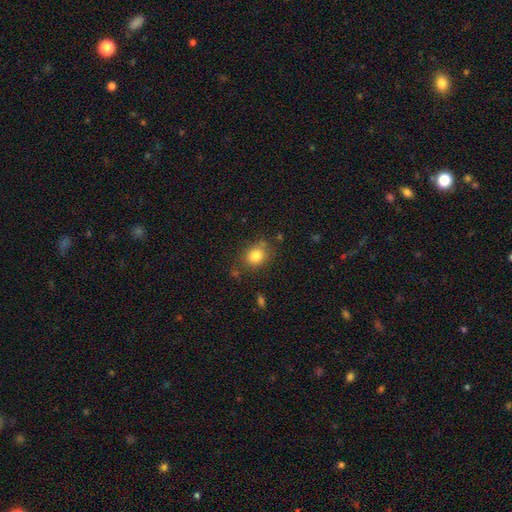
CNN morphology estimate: smooth-or-featured: smooth: 82% | star or artifact: 10% | featured or disk: 8%
  how-rounded: round: 57% | in between: 42% | cigar-shaped: 1%
  merging: none: 76% | minor disturbance: 15% | merger: 5% | major disturbance: 5%